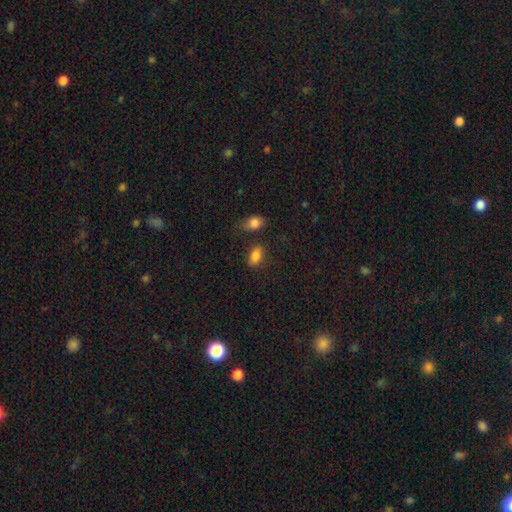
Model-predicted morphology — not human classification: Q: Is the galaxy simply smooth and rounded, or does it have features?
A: smooth — 85%.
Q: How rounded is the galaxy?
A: in between — 86%.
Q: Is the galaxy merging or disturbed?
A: none — 72%.